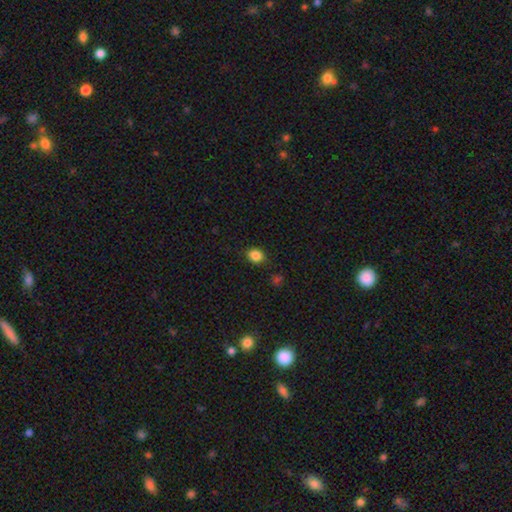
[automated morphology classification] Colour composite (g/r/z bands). It shows a smooth galaxy with no disk features (85%) that is round (55%). Merging: none (84%).